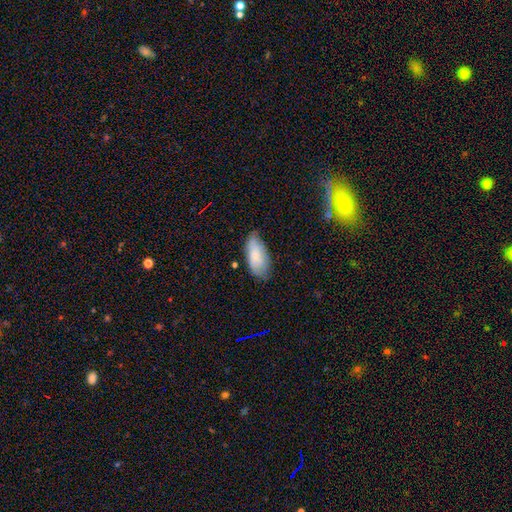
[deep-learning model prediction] Q: Smooth or featured?
A: smooth (78%); runner-up: featured or disk (15%)
Q: How rounded?
A: in between (91%); runner-up: cigar-shaped (7%)
Q: Merging?
A: none (62%); runner-up: minor disturbance (31%)